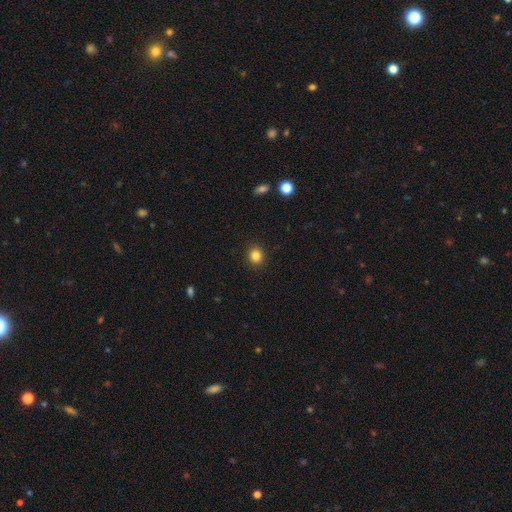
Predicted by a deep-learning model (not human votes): smooth_or_featured: smooth (p=0.84) [alt: star or artifact p=0.11]
how_rounded: round (p=0.79) [alt: in between p=0.20]
merging: none (p=0.91) [alt: minor disturbance p=0.06]